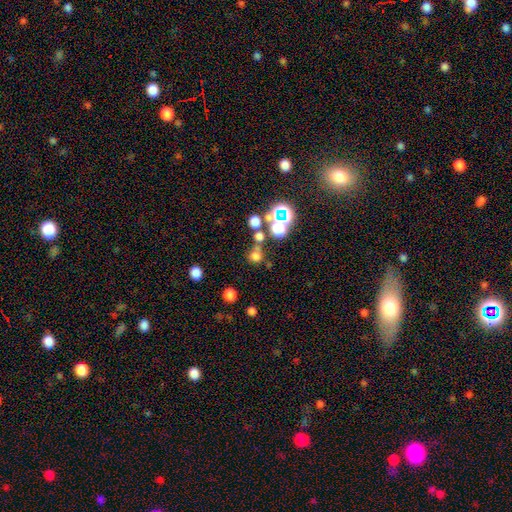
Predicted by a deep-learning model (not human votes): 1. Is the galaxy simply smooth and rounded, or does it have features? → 63% smooth, 28% star or artifact, 9% featured or disk.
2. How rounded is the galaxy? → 88% round, 11% in between, 1% cigar-shaped.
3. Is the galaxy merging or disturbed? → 58% none, 27% merger, 9% minor disturbance, 6% major disturbance.